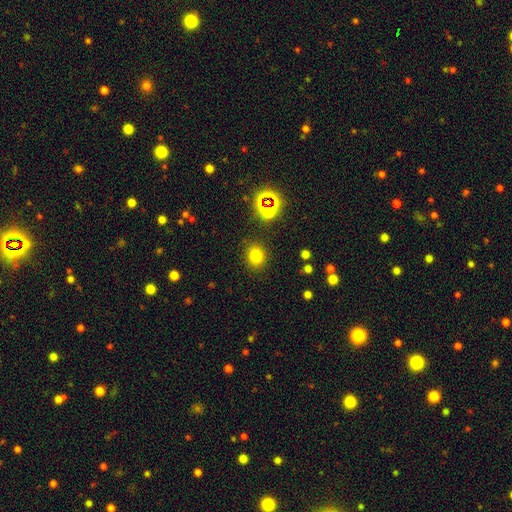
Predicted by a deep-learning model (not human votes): smooth-or-featured: smooth: 75% | star or artifact: 18% | featured or disk: 6%
  how-rounded: round: 77% | in between: 22% | cigar-shaped: 1%
  merging: none: 87% | minor disturbance: 8% | major disturbance: 3% | merger: 3%